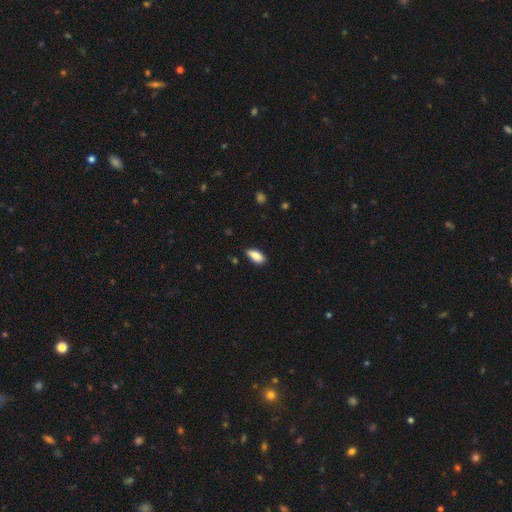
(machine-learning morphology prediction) smooth 87%, star or artifact 7%, featured or disk 6%. Down the decision tree: how rounded — in between (88%); merging — none (79%).